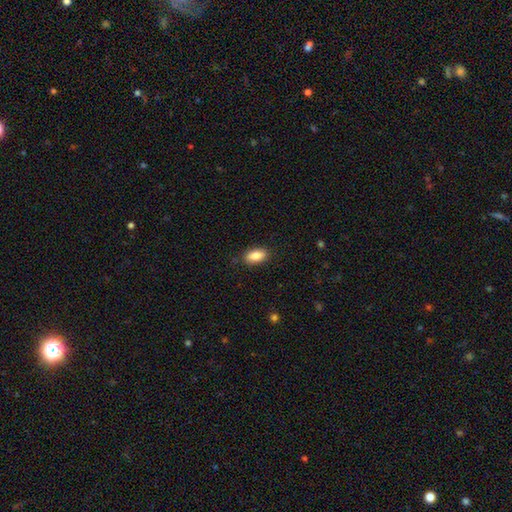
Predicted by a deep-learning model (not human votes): A smooth galaxy with no disk features (87%) that is in between round and cigar-shaped (90%). Merging: none (87%).